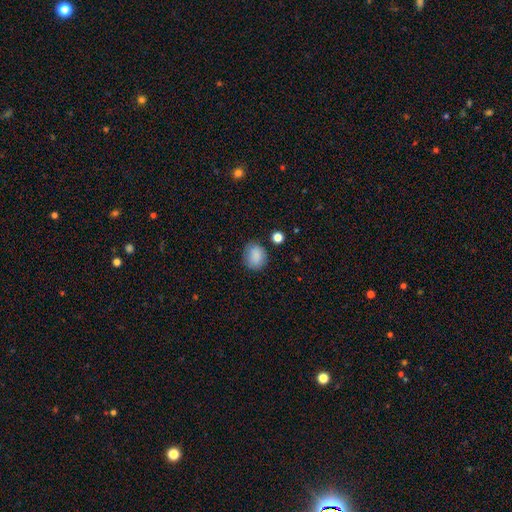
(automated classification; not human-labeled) smooth 86%, star or artifact 9%, featured or disk 5%. Down the decision tree: how rounded — round (58%); merging — none (77%).